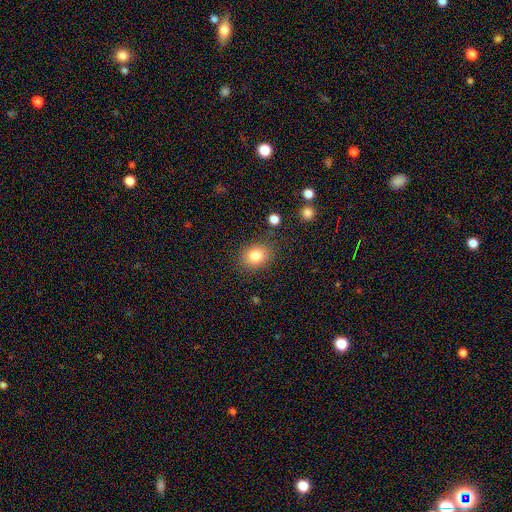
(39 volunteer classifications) smooth-or-featured: smooth: 90% | featured or disk: 5% | star or artifact: 5%
  how-rounded: round: 71% | in between: 29% | cigar-shaped: 0%
  merging: none: 81% | major disturbance: 11% | minor disturbance: 5% | merger: 3%